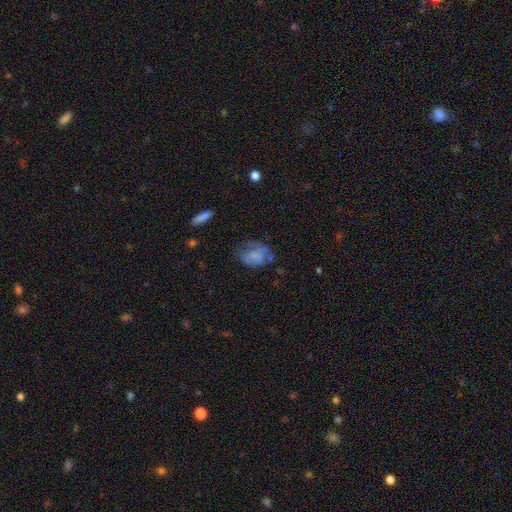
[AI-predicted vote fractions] Overall: smooth (54%; featured or disk 37%). How rounded: in between (64%; round 35%). Merging: none (43%; minor disturbance 30%).